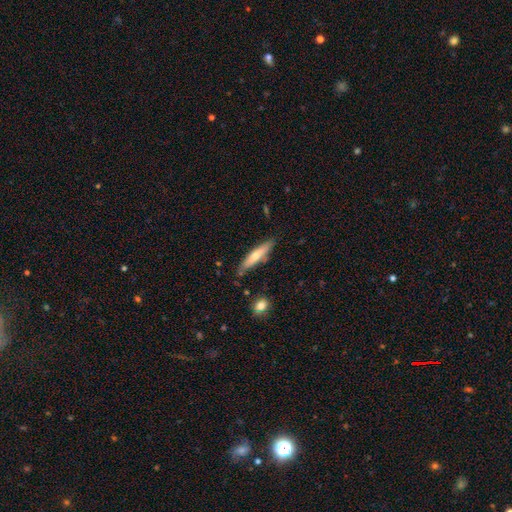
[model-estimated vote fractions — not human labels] smooth-or-featured: smooth: 57% | featured or disk: 37% | star or artifact: 6%
  how-rounded: cigar-shaped: 81% | in between: 17% | round: 2%
  merging: none: 79% | minor disturbance: 15% | merger: 4% | major disturbance: 3%